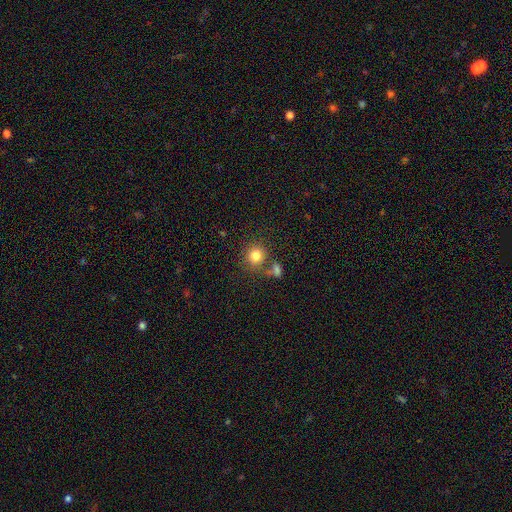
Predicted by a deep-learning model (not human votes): Smooth or featured? Predicted: smooth (p=0.82). How rounded? Predicted: round (p=0.86). Merging? Predicted: none (p=0.67).